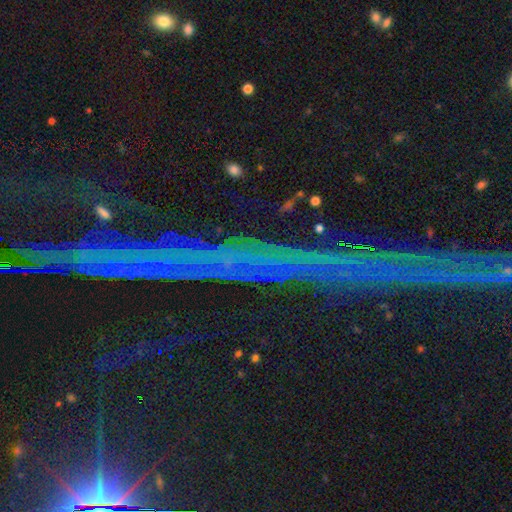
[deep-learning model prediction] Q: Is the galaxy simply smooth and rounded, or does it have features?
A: star or artifact — 82%.